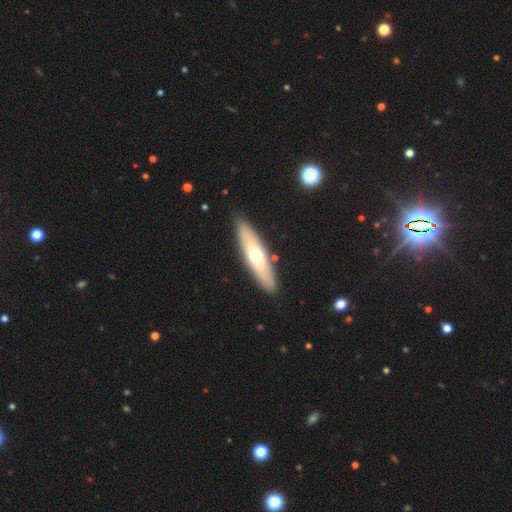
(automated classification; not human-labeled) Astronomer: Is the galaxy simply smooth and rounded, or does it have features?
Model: smooth — 51% (runner-up: featured or disk, 43%).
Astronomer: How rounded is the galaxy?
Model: cigar-shaped — 69%.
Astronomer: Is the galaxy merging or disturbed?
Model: none — 88%.